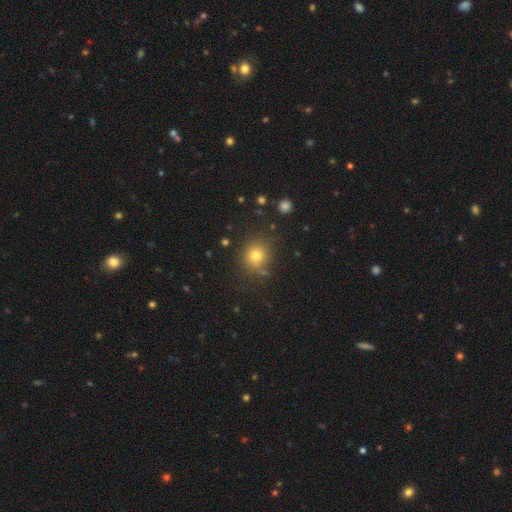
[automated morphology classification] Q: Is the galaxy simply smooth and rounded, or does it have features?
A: smooth — 76%.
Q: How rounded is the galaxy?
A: round — 83%.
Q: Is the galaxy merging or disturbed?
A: none — 79%.